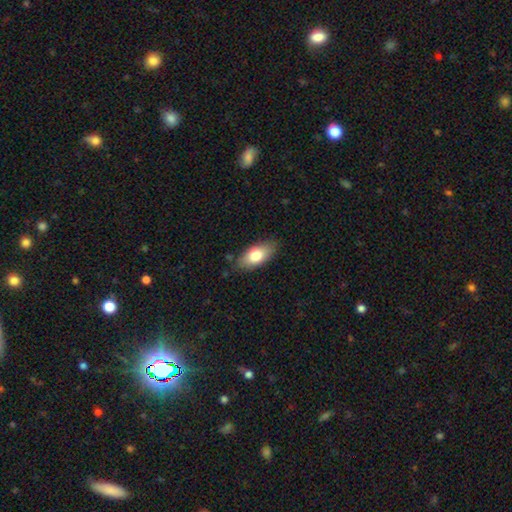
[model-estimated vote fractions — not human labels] smooth-or-featured: smooth: 77% | featured or disk: 16% | star or artifact: 7%
  how-rounded: in between: 90% | cigar-shaped: 7% | round: 4%
  merging: none: 82% | minor disturbance: 14% | major disturbance: 3% | merger: 1%